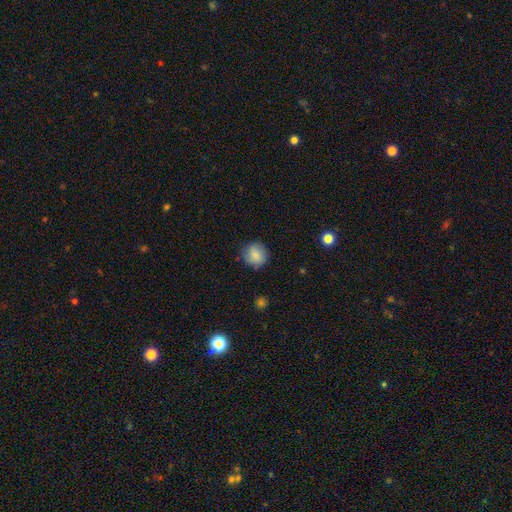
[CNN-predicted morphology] The model was most divided on "merging": none: 82%, minor disturbance: 14%, major disturbance: 3%, merger: 1%. More confident: how rounded — round (89%); smooth or featured — smooth (84%).